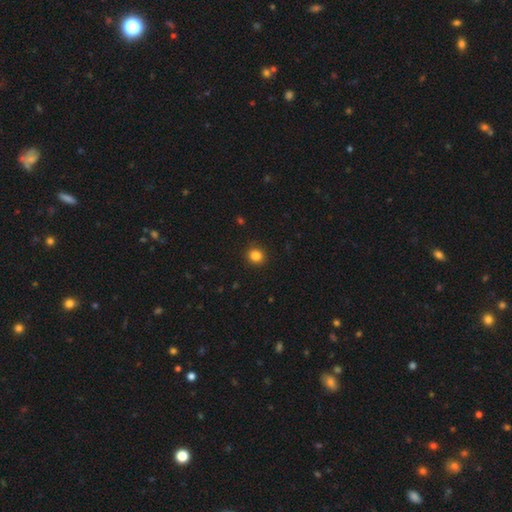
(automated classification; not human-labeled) Overall: smooth (84%). How rounded: round (88%). Merging: none (91%).